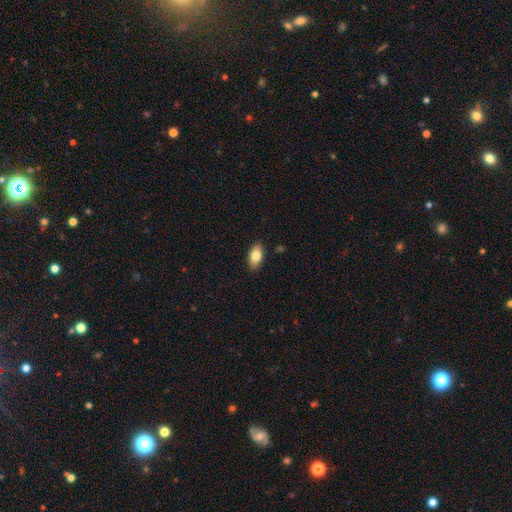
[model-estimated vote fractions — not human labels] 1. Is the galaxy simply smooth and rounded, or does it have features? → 81% smooth, 12% featured or disk, 7% star or artifact.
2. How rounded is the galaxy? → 91% in between, 5% cigar-shaped, 4% round.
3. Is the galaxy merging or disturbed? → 88% none, 9% minor disturbance, 2% major disturbance, 1% merger.